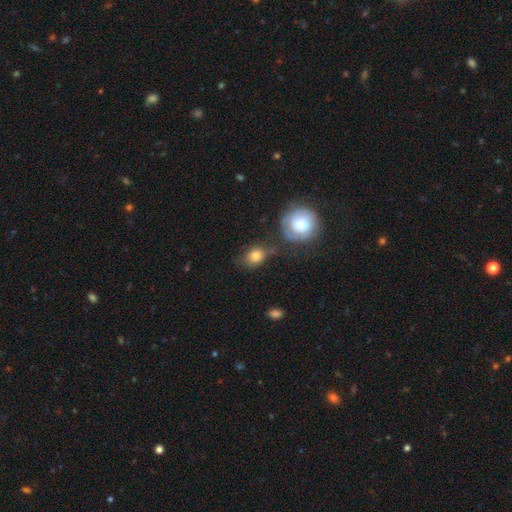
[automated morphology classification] The model was most divided on "how rounded": round: 53%, in between: 45%, cigar-shaped: 2%. More confident: smooth or featured — smooth (78%); merging — none (56%).